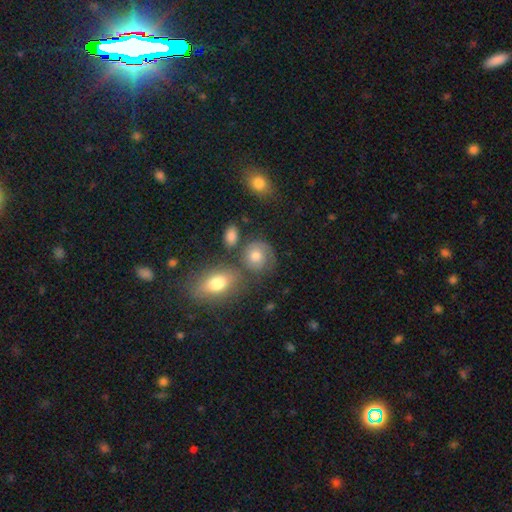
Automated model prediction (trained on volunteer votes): smooth_or_featured: featured or disk (p=0.45) [tied with: smooth p=0.45]
merging: none (p=0.59) [alt: minor disturbance p=0.20]